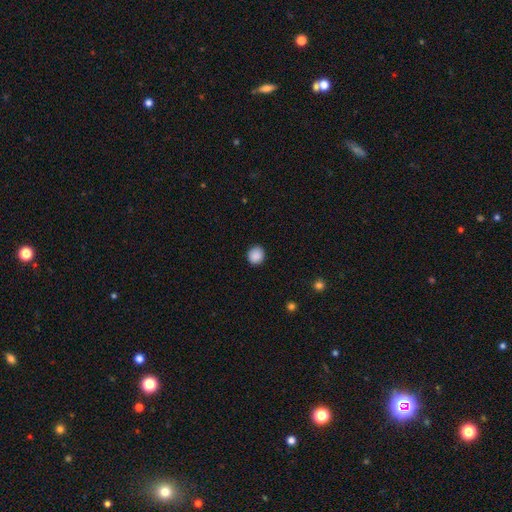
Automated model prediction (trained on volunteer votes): Overall: smooth (89%). How rounded: round (88%). Merging: none (90%).